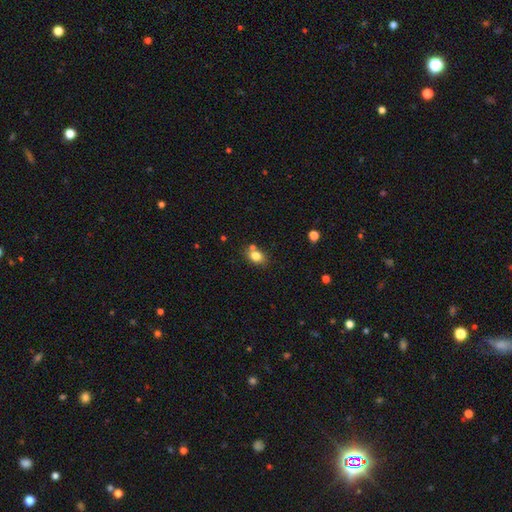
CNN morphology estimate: Overall: smooth (80%). How rounded: in between (61%; round 38%). Merging: none (64%).